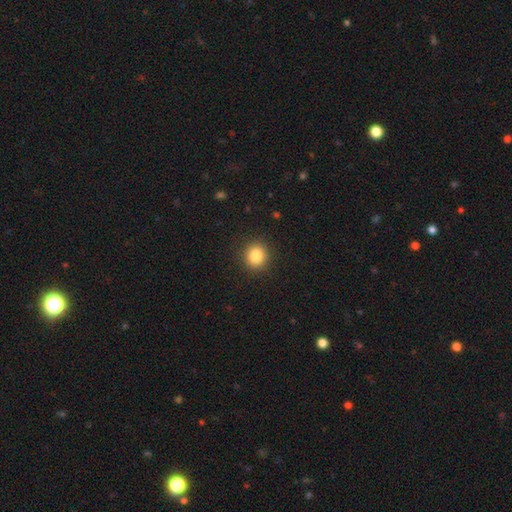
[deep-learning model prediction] The model was most divided on "how rounded": round: 82%, in between: 17%, cigar-shaped: 1%. More confident: merging — none (90%); smooth or featured — smooth (86%).